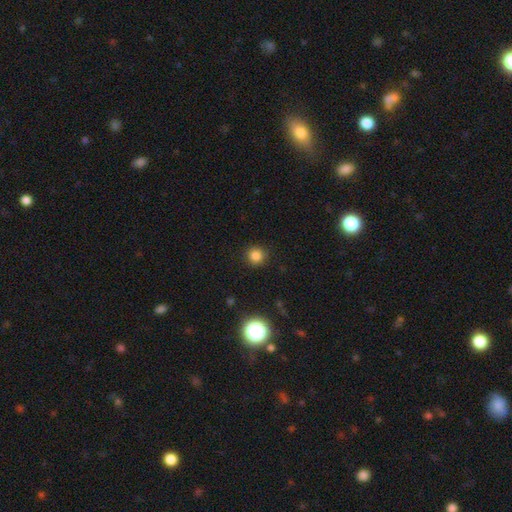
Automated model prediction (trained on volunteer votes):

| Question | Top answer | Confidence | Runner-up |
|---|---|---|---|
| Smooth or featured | smooth | 82% | star or artifact (13%) |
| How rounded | round | 93% | in between (6%) |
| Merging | none | 91% | minor disturbance (6%) |